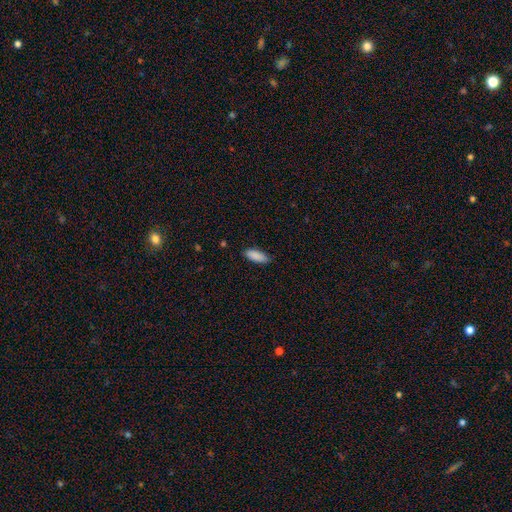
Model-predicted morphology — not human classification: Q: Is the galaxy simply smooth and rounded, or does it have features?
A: smooth — 90%.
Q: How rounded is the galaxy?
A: in between — 75%.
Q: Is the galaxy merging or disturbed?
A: none — 82%.